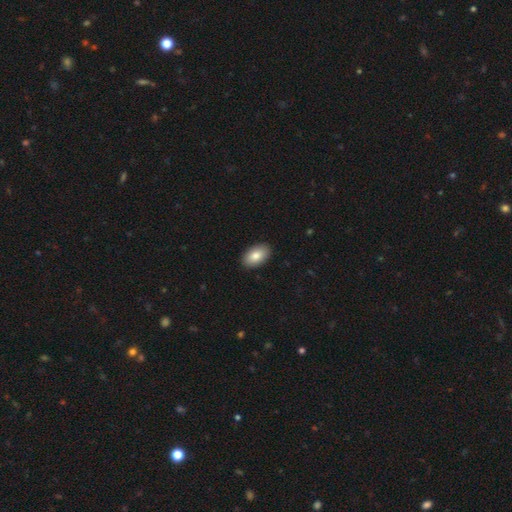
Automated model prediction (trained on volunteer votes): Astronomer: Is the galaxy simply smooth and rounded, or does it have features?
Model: smooth — 84%.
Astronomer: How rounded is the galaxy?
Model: in between — 94%.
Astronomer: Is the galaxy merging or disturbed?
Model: none — 90%.